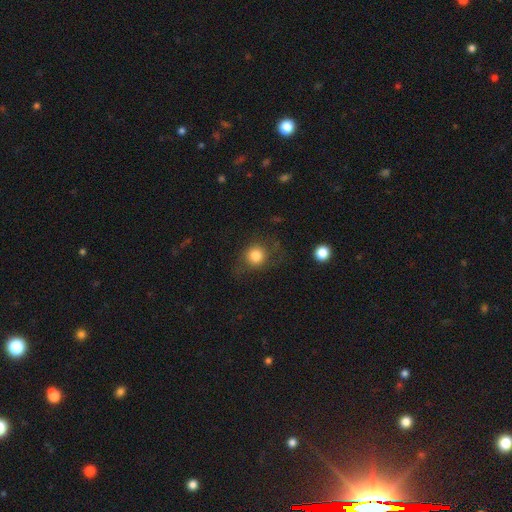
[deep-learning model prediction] This appears to be a smooth galaxy with no disk features (80%) that is round (86%). Merging: none (70%).